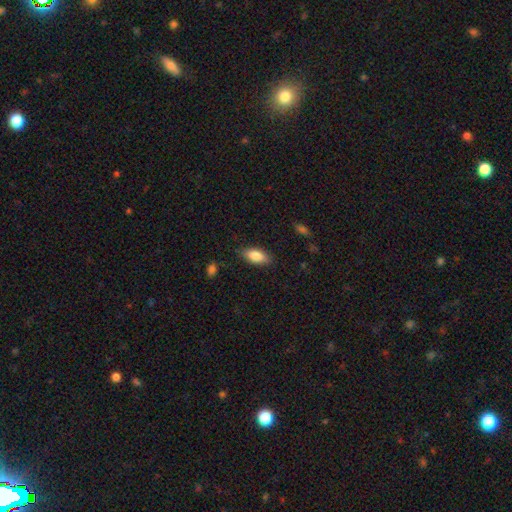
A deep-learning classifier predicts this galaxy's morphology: A smooth galaxy with no disk features (84%) that is in between round and cigar-shaped (86%).

Vote fractions:
- Smooth or featured? smooth: 84% / featured or disk: 9% / star or artifact: 7%
- How rounded? in between: 86% / cigar-shaped: 12% / round: 3%
- Merging? none: 84% / minor disturbance: 12% / major disturbance: 3% / merger: 1%